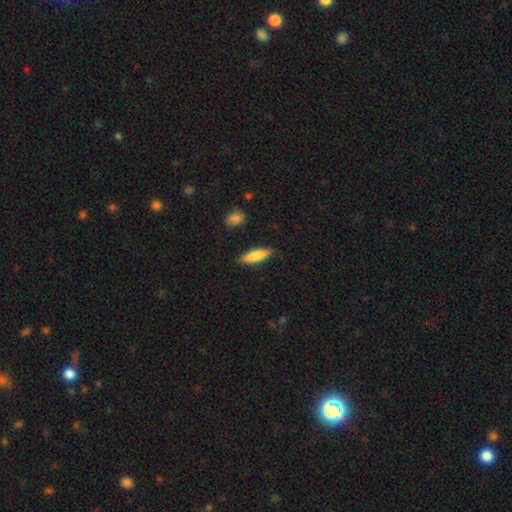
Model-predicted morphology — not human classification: Smooth or featured? smooth (82%)
How rounded? cigar-shaped (51%)
Merging? none (84%)